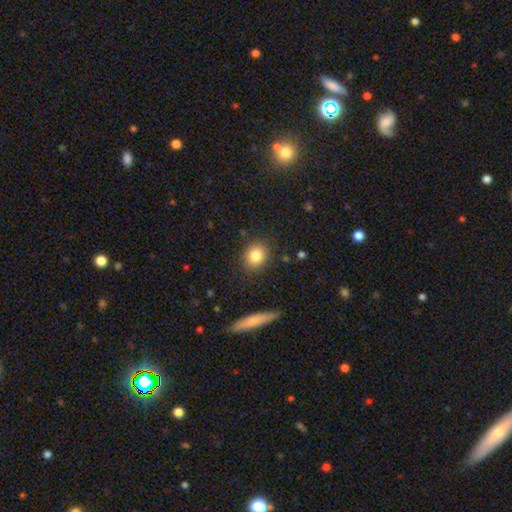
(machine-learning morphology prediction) This appears to be a smooth galaxy with no disk features (83%) that is round (76%). Merging: none (86%).